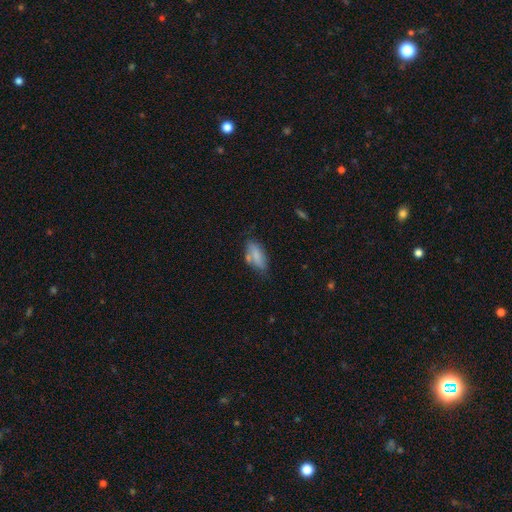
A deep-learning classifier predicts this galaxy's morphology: The model was most divided on "merging": none: 54%, minor disturbance: 28%, merger: 10%, major disturbance: 8%. More confident: how rounded — in between (84%); smooth or featured — smooth (75%).